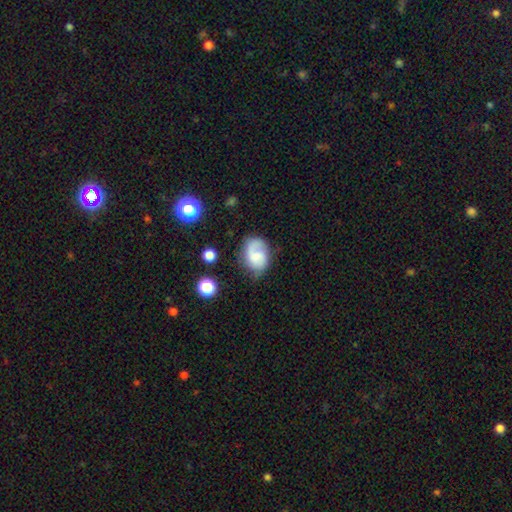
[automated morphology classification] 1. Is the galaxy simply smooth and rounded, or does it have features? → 50% featured or disk, 41% smooth, 9% star or artifact.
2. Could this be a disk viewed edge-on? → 98% no, 2% yes.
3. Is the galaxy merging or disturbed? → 52% none, 26% minor disturbance, 18% major disturbance, 4% merger.